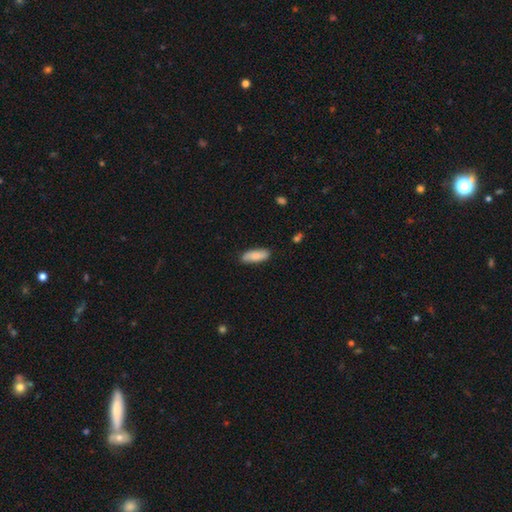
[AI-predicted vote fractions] smooth_or_featured: smooth (p=0.82) [alt: featured or disk p=0.13]
how_rounded: in between (p=0.67) [alt: cigar-shaped p=0.31]
merging: none (p=0.83) [alt: minor disturbance p=0.13]